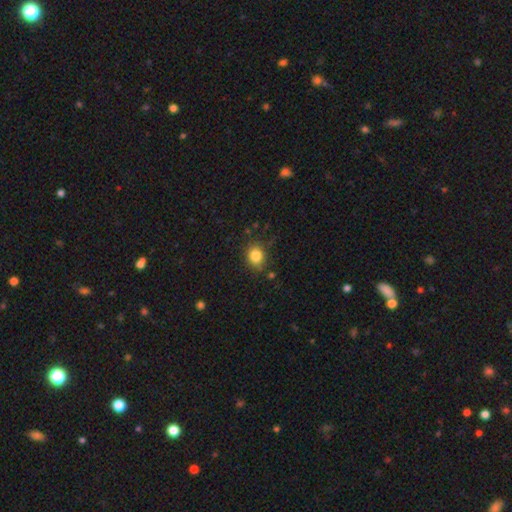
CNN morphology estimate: smooth 83%, star or artifact 11%, featured or disk 6%. Down the decision tree: how rounded — round (67%); merging — none (79%).